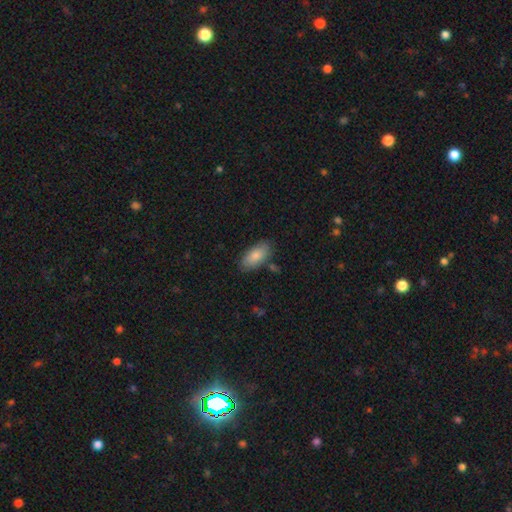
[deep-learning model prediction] Smooth or featured? Predicted: smooth (p=0.83). How rounded? Predicted: in between (p=0.91). Merging? Predicted: none (p=0.80).